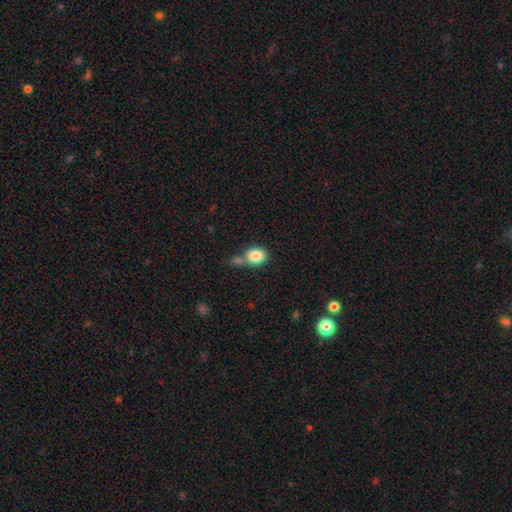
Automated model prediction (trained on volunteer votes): A smooth galaxy with no disk features (85%) that is round (51%). Merging: none (53%).